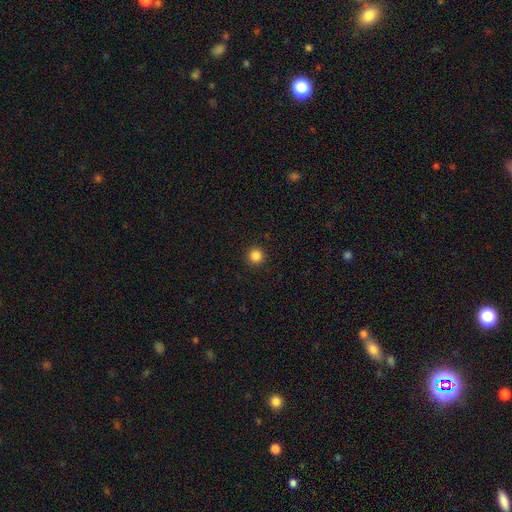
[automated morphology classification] Smooth or featured?
  - smooth: 85% *
  - star or artifact: 12%
  - featured or disk: 3%
How rounded?
  - round: 95% *
  - in between: 4%
  - cigar-shaped: 1%
Merging?
  - none: 93% *
  - minor disturbance: 5%
  - major disturbance: 2%
  - merger: 1%